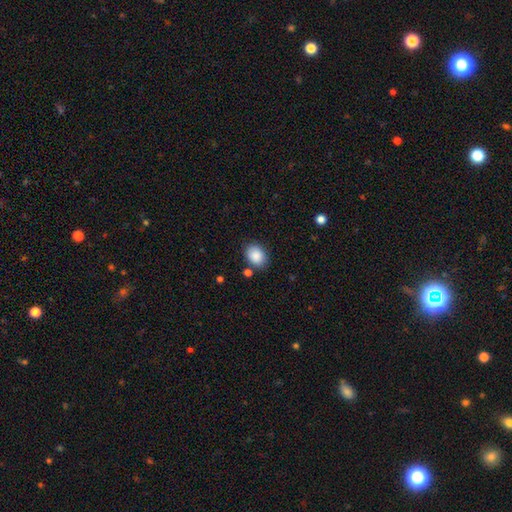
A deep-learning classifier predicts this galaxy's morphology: type=smooth (88%); roundness=in between (64%); merging=none (79%).